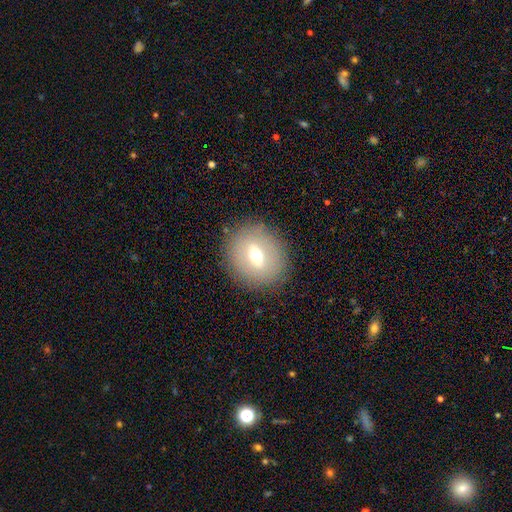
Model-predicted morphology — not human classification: smooth 48%, featured or disk 42%, star or artifact 10%. Down the decision tree: merging — none (85%).